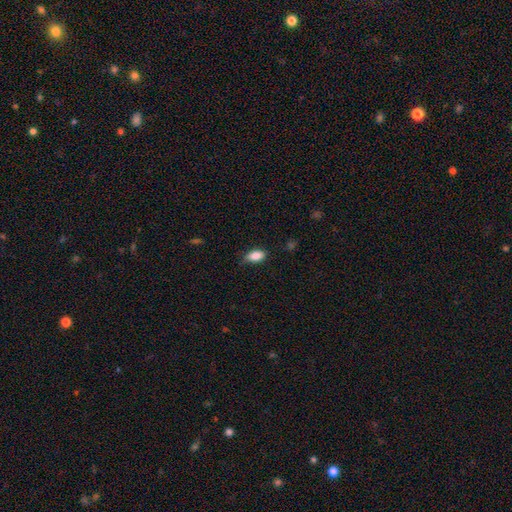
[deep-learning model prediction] Smooth or featured: smooth — 85% (star or artifact — 8%)
How rounded: in between — 89% (round — 6%)
Merging: none — 71% (minor disturbance — 23%)